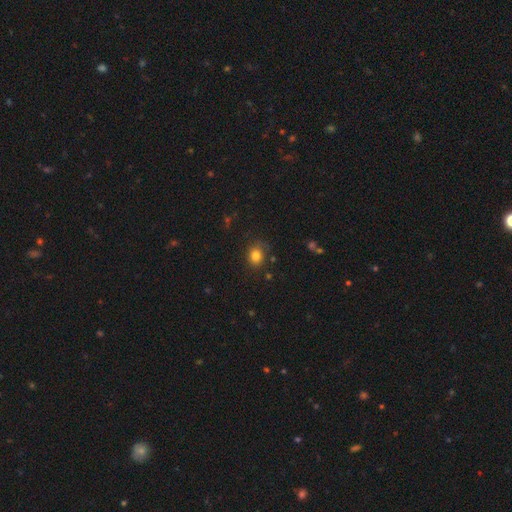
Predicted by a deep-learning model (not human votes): Smooth or featured: smooth — 82% (star or artifact — 12%)
How rounded: round — 62% (in between — 38%)
Merging: none — 78% (minor disturbance — 15%)